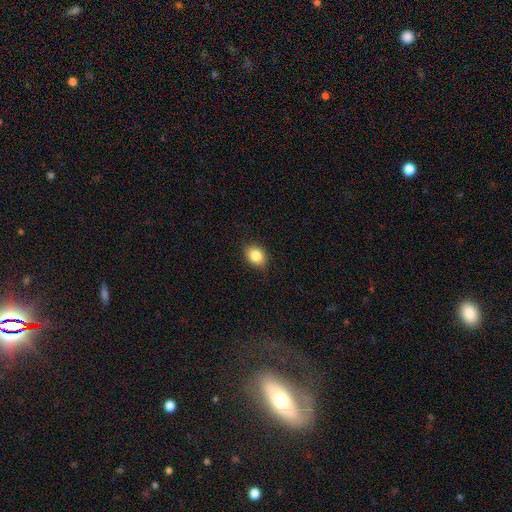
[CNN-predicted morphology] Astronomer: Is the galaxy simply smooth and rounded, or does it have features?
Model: smooth — 85%.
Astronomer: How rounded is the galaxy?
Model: in between — 67%.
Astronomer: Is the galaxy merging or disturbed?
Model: none — 86%.